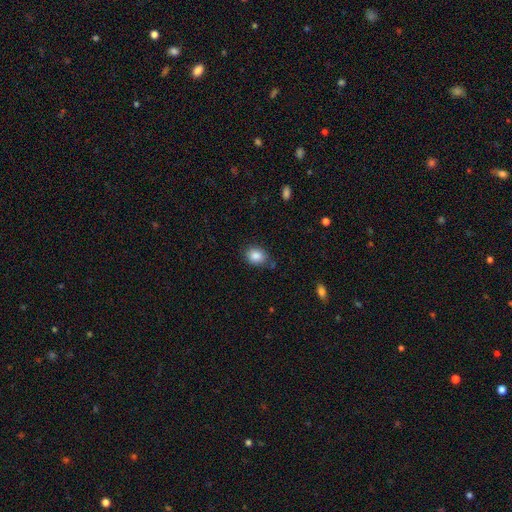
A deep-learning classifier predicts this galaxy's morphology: smooth 86%, star or artifact 9%, featured or disk 5%. Down the decision tree: how rounded — in between (50%); merging — none (74%).